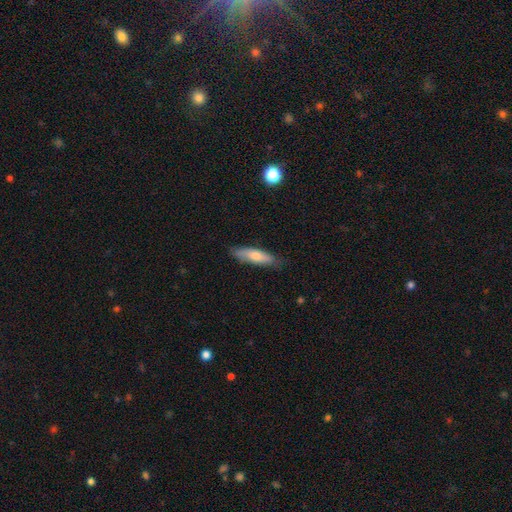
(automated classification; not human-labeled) smooth-or-featured: smooth: 62% | featured or disk: 31% | star or artifact: 7%
  how-rounded: cigar-shaped: 68% | in between: 30% | round: 2%
  merging: none: 83% | minor disturbance: 14% | major disturbance: 2% | merger: 1%